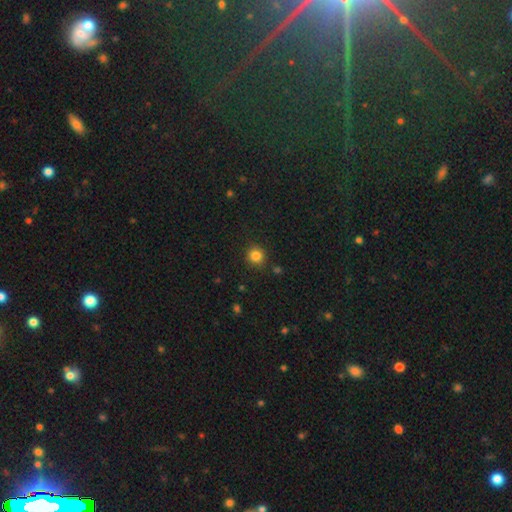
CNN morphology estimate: type=smooth (83%); roundness=round (90%); merging=none (88%).